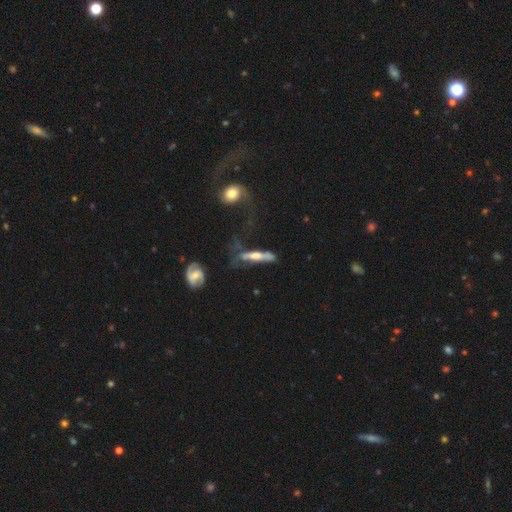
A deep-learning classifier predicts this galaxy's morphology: smooth-or-featured: featured or disk: 59% | smooth: 33% | star or artifact: 9%
  disk-edge-on: yes: 62% | no: 38%
  merging: major disturbance: 35% | none: 31% | minor disturbance: 21% | merger: 12%